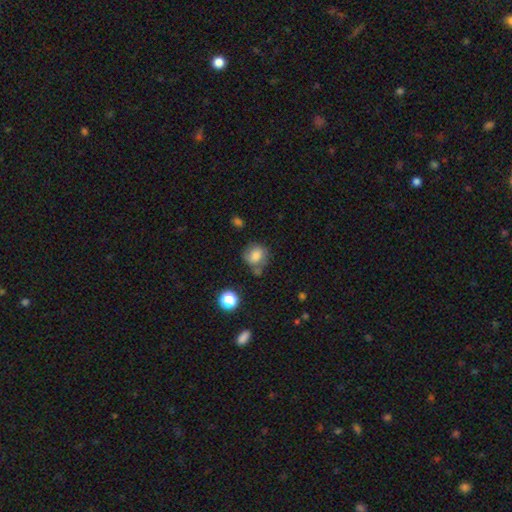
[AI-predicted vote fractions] smooth 72%, featured or disk 17%, star or artifact 11%. Down the decision tree: how rounded — round (74%); merging — none (58%).